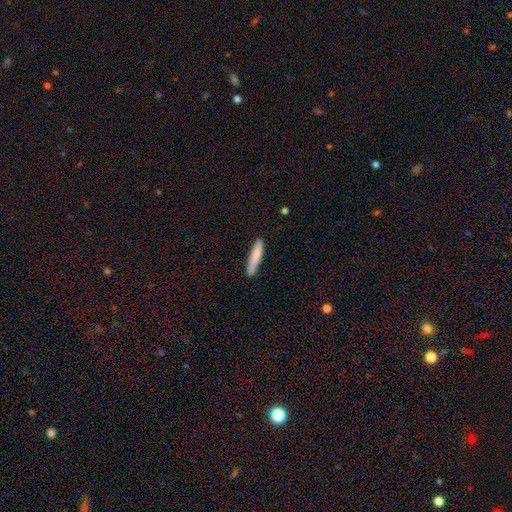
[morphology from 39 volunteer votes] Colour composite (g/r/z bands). It shows a smooth galaxy with no disk features (82%) that is cigar-shaped (94%). Merging: none (90%).